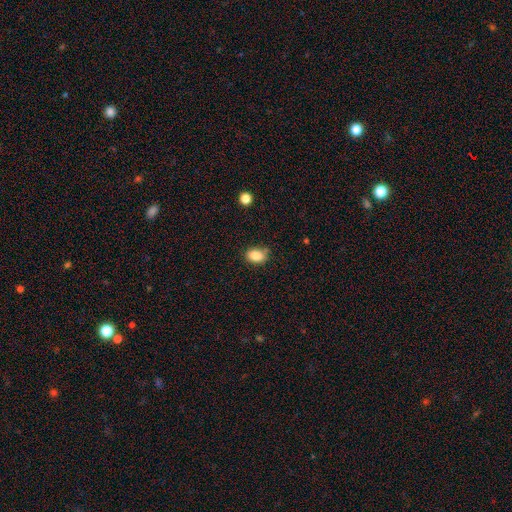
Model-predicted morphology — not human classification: The model was most divided on "merging": none: 74%, minor disturbance: 18%, merger: 4%, major disturbance: 4%. More confident: smooth or featured — smooth (86%); how rounded — in between (80%).